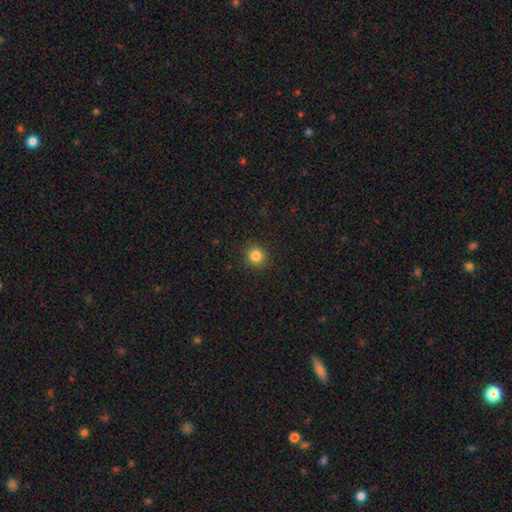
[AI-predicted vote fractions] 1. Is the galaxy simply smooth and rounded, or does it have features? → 84% smooth, 12% star or artifact, 4% featured or disk.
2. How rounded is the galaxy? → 94% round, 5% in between, 1% cigar-shaped.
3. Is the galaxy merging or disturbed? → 92% none, 5% minor disturbance, 2% major disturbance, 1% merger.